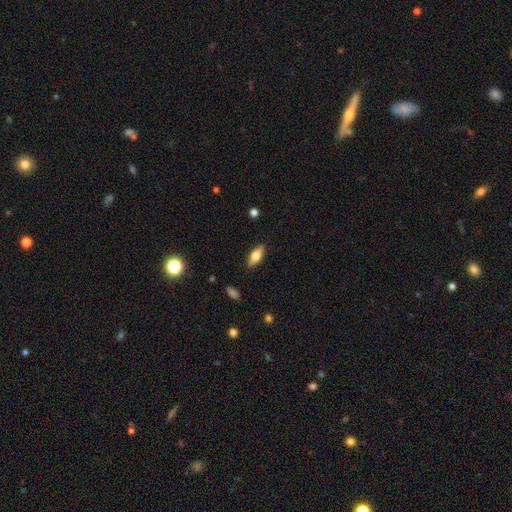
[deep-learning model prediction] smooth 66%, featured or disk 27%, star or artifact 7%. Down the decision tree: how rounded — in between (73%); merging — none (87%).